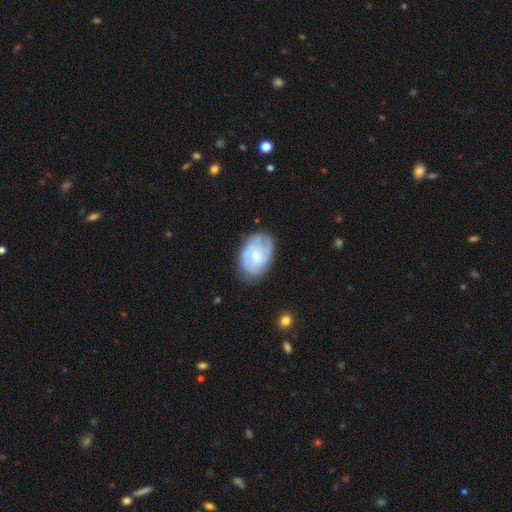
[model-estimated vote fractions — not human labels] featured or disk 63%, smooth 31%, star or artifact 6%. Down the decision tree: edge-on disk — no (97%); bar — no (48%); spiral arms — yes (78%); bulge size — small (43%); merging — none (66%).